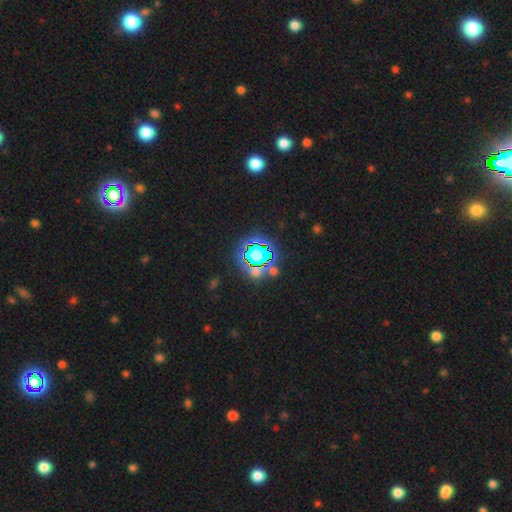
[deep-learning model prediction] A star or artifact, not a galaxy (67%).

Vote fractions:
- Smooth or featured? star or artifact: 67% / smooth: 22% / featured or disk: 11%